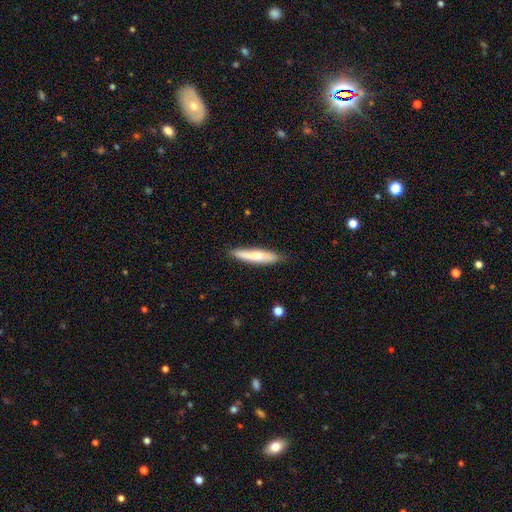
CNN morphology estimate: Q: Smooth or featured?
A: smooth (68%); runner-up: featured or disk (27%)
Q: How rounded?
A: cigar-shaped (86%); runner-up: in between (13%)
Q: Merging?
A: none (80%); runner-up: minor disturbance (16%)